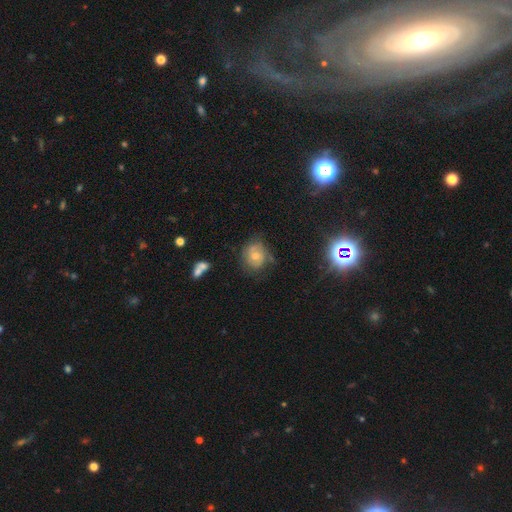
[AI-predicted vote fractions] Smooth or featured: featured or disk — 45% (tied with smooth — 45%)
Merging: none — 57% (minor disturbance — 27%)